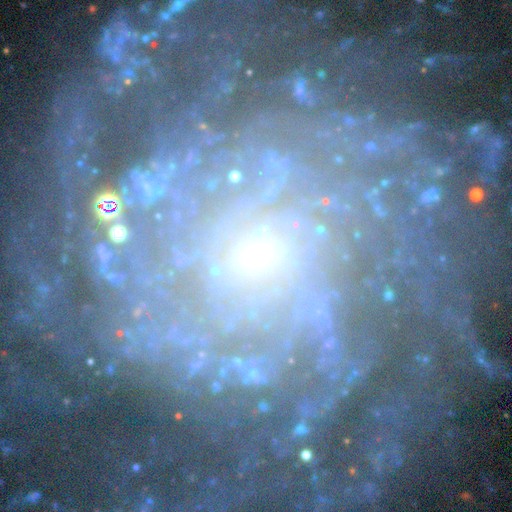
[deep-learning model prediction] smooth-or-featured: featured or disk: 86% | star or artifact: 8% | smooth: 6%
  disk-edge-on: no: 97% | yes: 3%
    bar: no: 52% | weak: 35% | strong: 13%
    has-spiral-arms: yes: 95% | no: 5%
      spiral-winding: tight: 67% | medium: 24% | loose: 9%
      spiral-arm-count: more than 4: 29% | can't tell: 27% | 4: 14% | 2: 11% | 3: 10% | 1: 9%
    bulge-size: small: 81% | moderate: 11% | none: 5% | large: 2% | dominant: 1%
  merging: none: 70% | minor disturbance: 16% | major disturbance: 11% | merger: 3%